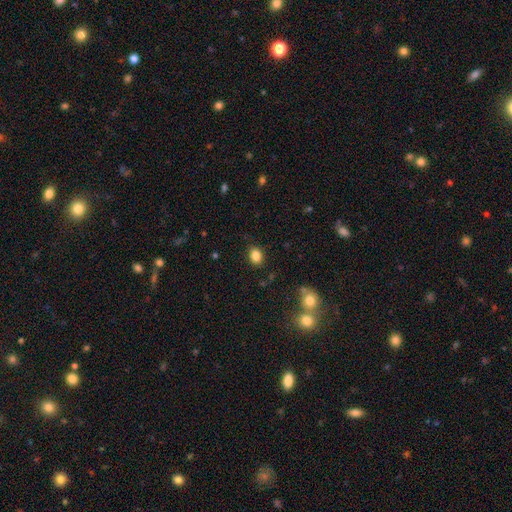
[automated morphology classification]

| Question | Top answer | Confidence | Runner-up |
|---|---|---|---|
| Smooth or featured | smooth | 85% | star or artifact (10%) |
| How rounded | in between | 65% | round (34%) |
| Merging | none | 86% | minor disturbance (10%) |